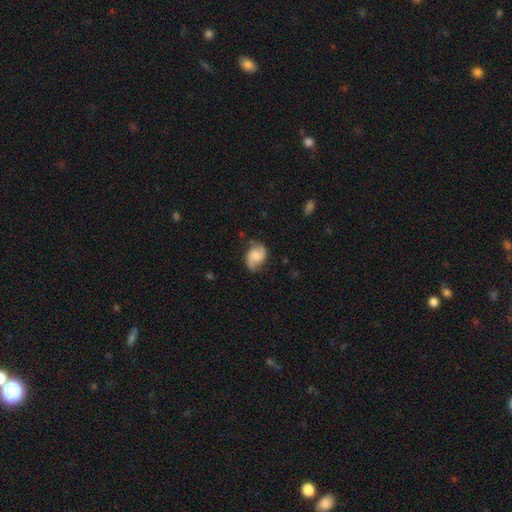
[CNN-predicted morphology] This is likely a featured or disk galaxy (67%). It is clearly not viewed edge-on (98%). Bar: possibly no (57%). Spiral arm pattern: clearly yes (95%). Spiral arm count: clearly 2 (90%). Spiral winding: marginally medium (43%). Central bulge: marginally moderate (30%). Merging: likely none (71%).